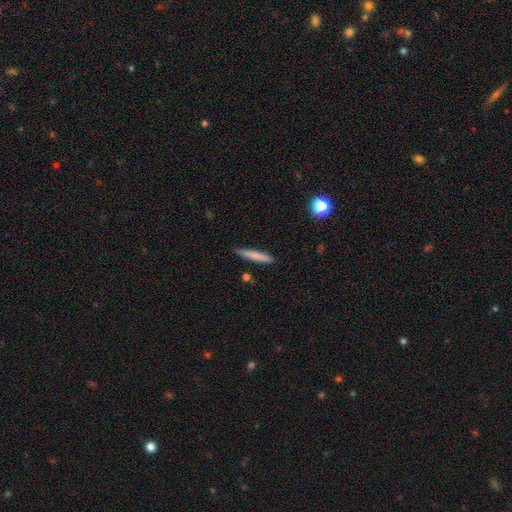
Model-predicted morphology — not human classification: Smooth or featured: smooth — 77% (featured or disk — 17%)
How rounded: cigar-shaped — 94% (in between — 5%)
Merging: none — 86% (minor disturbance — 10%)